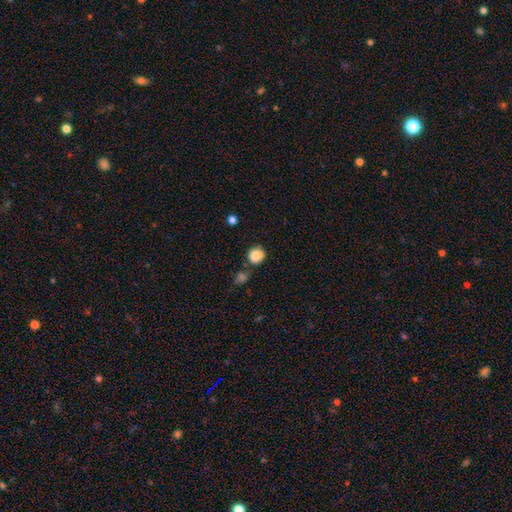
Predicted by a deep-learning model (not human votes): smooth_or_featured: smooth (p=0.85) [alt: star or artifact p=0.09]
how_rounded: round (p=0.84) [alt: in between p=0.15]
merging: none (p=0.69) [alt: minor disturbance p=0.16]